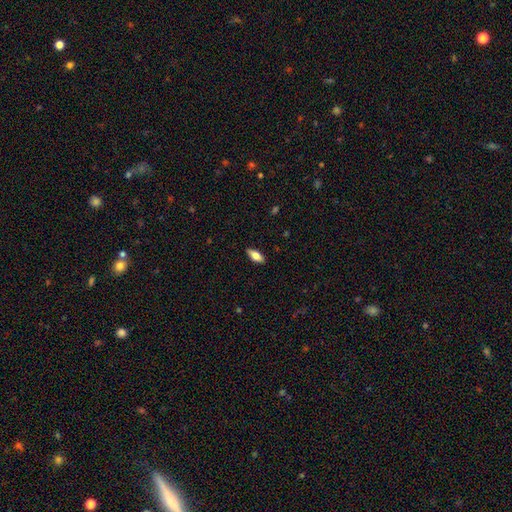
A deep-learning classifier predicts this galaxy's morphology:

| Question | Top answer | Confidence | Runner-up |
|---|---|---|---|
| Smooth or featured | smooth | 67% | featured or disk (26%) |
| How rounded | in between | 79% | cigar-shaped (18%) |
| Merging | none | 89% | minor disturbance (9%) |